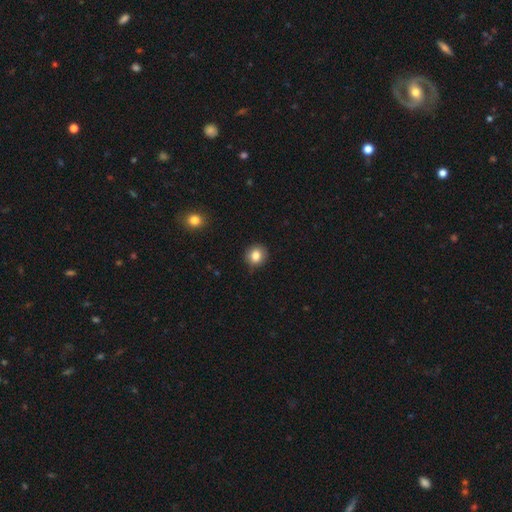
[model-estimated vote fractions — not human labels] This appears to be a smooth galaxy with no disk features (84%) that is round (84%). Merging: none (87%).